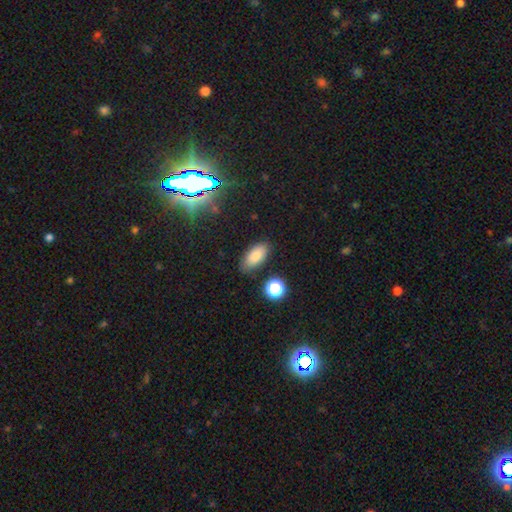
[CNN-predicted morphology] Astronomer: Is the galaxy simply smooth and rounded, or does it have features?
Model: smooth — 84%.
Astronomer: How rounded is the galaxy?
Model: in between — 90%.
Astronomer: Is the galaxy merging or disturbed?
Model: none — 81%.